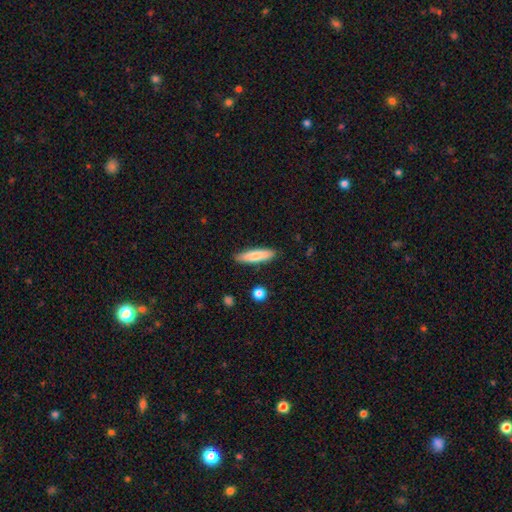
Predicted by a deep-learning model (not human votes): Smooth or featured? Predicted: smooth (p=0.78). How rounded? Predicted: cigar-shaped (p=0.73). Merging? Predicted: none (p=0.86).